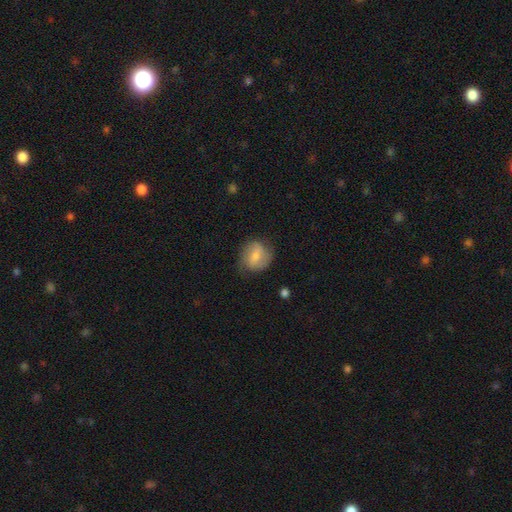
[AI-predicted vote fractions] This appears to be a smooth galaxy with no disk features (59%) that is round (65%). Merging: none (68%).